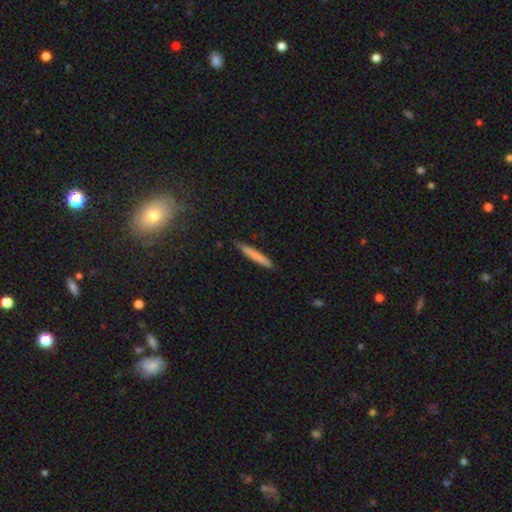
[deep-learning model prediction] A smooth galaxy with no disk features (76%) that is cigar-shaped (95%).

Vote fractions:
- Smooth or featured? smooth: 76% / featured or disk: 17% / star or artifact: 6%
- How rounded? cigar-shaped: 95% / in between: 3% / round: 1%
- Merging? none: 86% / minor disturbance: 11% / major disturbance: 2% / merger: 1%